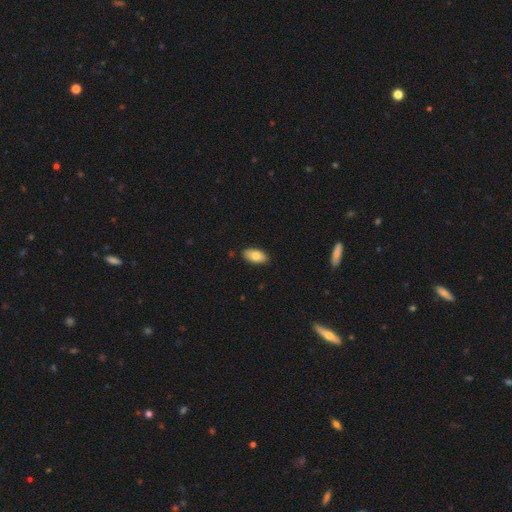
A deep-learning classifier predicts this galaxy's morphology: smooth-or-featured: smooth: 80% | featured or disk: 13% | star or artifact: 7%
  how-rounded: in between: 94% | round: 3% | cigar-shaped: 3%
  merging: none: 87% | minor disturbance: 10% | major disturbance: 2% | merger: 1%